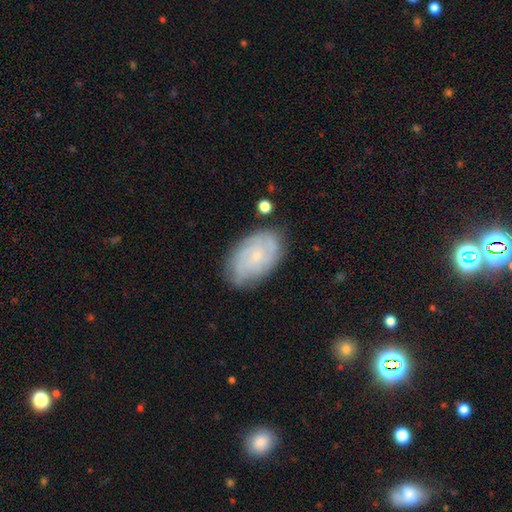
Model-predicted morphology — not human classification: smooth-or-featured: featured or disk: 68% | smooth: 25% | star or artifact: 7%
  disk-edge-on: no: 96% | yes: 4%
    bar: no: 72% | weak: 24% | strong: 3%
    has-spiral-arms: yes: 89% | no: 11%
      spiral-winding: tight: 62% | medium: 30% | loose: 9%
      spiral-arm-count: can't tell: 42% | 2: 22% | 3: 17% | 4: 10% | more than 4: 5% | 1: 4%
    bulge-size: small: 77% | moderate: 16% | none: 4% | large: 1% | dominant: 1%
  merging: none: 76% | minor disturbance: 18% | major disturbance: 4% | merger: 2%